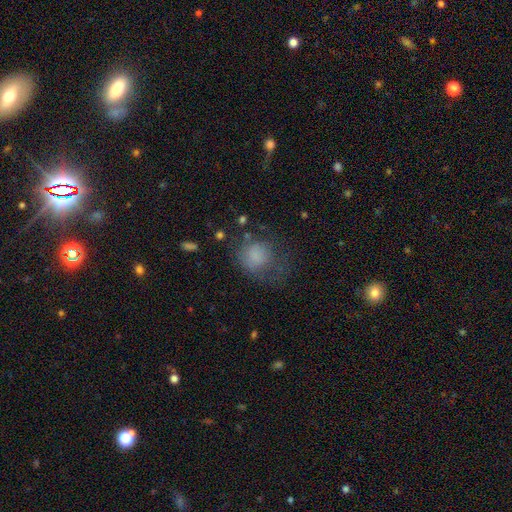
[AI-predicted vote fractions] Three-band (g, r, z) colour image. It shows a smooth galaxy with no disk features (72%) that is round (70%). Merging: none (40%).